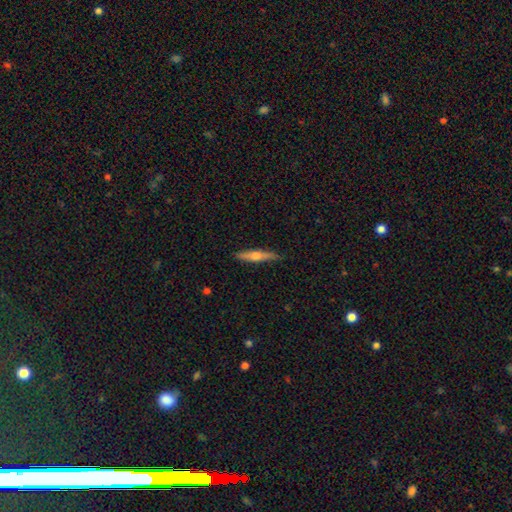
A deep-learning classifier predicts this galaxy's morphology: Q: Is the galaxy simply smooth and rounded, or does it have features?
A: featured or disk — 49%.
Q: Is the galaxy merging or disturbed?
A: none — 86%.